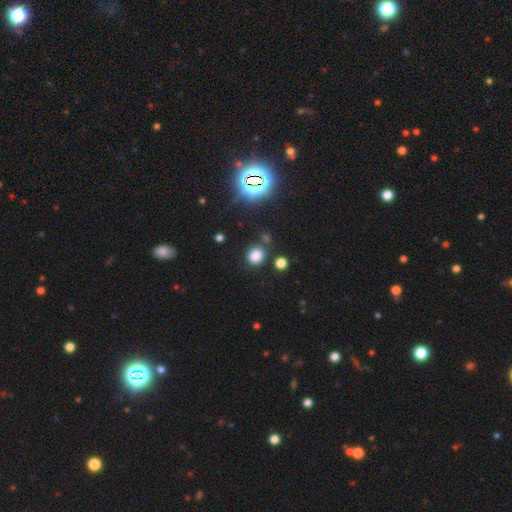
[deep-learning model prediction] This is likely a smooth galaxy (76%). How rounded: likely round (78%). Merging: likely none (79%).